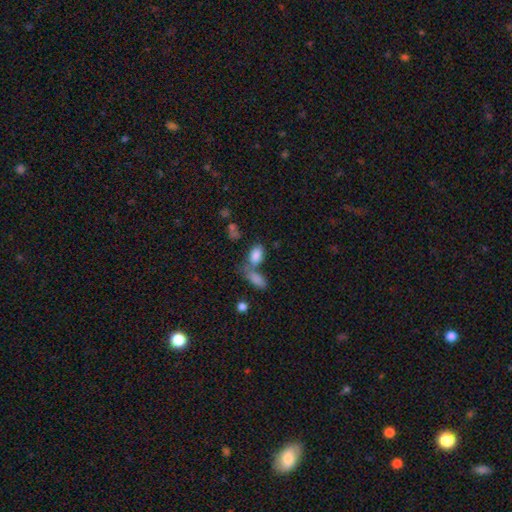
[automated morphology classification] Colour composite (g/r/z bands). It shows a smooth galaxy with no disk features (84%) that is in between round and cigar-shaped (91%). Merging: none (45%).